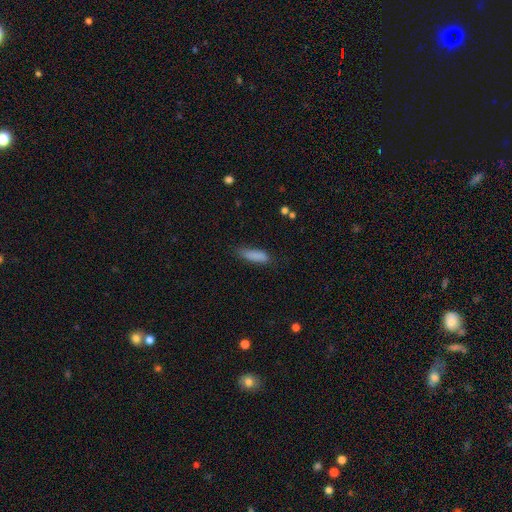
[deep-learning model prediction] smooth_or_featured: smooth (p=0.86) [alt: star or artifact p=0.07]
how_rounded: cigar-shaped (p=0.57) [alt: in between p=0.41]
merging: none (p=0.71) [alt: minor disturbance p=0.22]